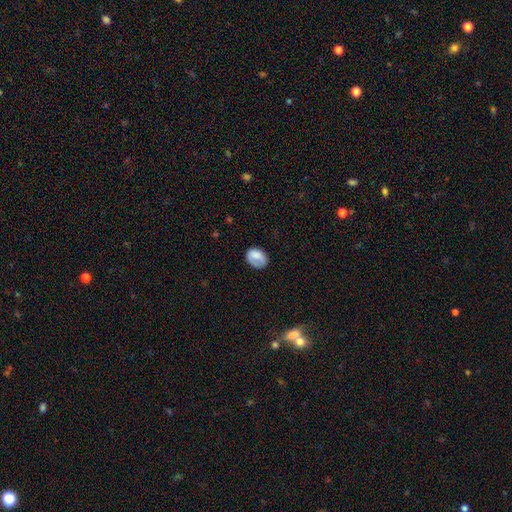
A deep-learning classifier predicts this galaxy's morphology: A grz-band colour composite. It shows a smooth galaxy with no disk features (77%) that is in between round and cigar-shaped (57%). Merging: none (61%).